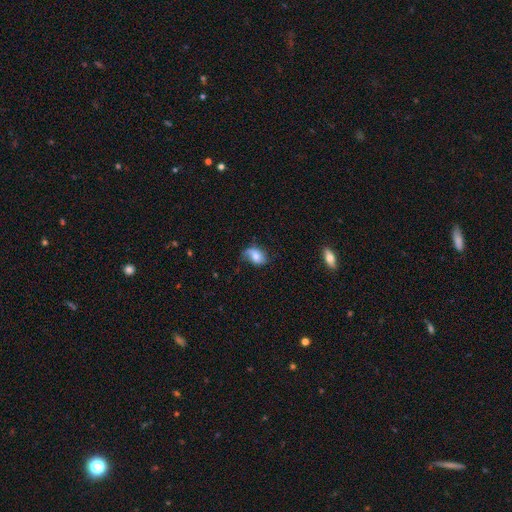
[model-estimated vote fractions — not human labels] A smooth galaxy with no disk features (59%) that is in between round and cigar-shaped (80%). Merging: none (46%).